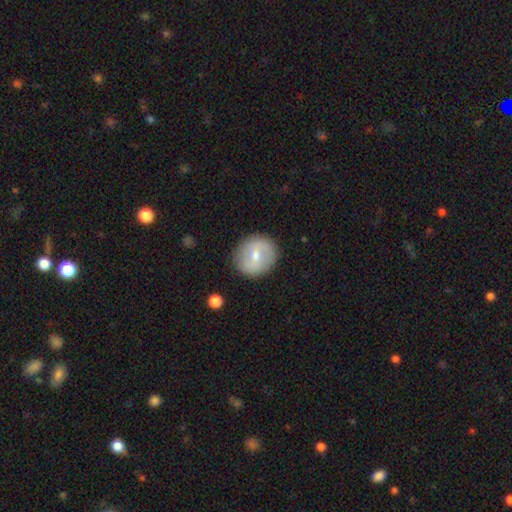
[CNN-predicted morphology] A smooth galaxy with no disk features (53%) that is round (82%). Merging: none (86%).